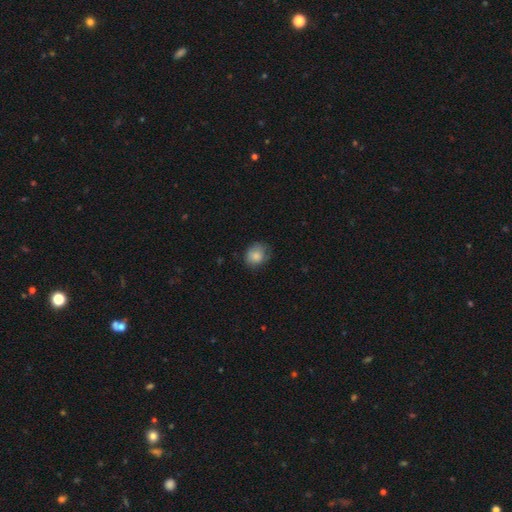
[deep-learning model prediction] Smooth or featured: smooth — 84% (star or artifact — 8%)
How rounded: round — 66% (in between — 33%)
Merging: none — 67% (minor disturbance — 25%)